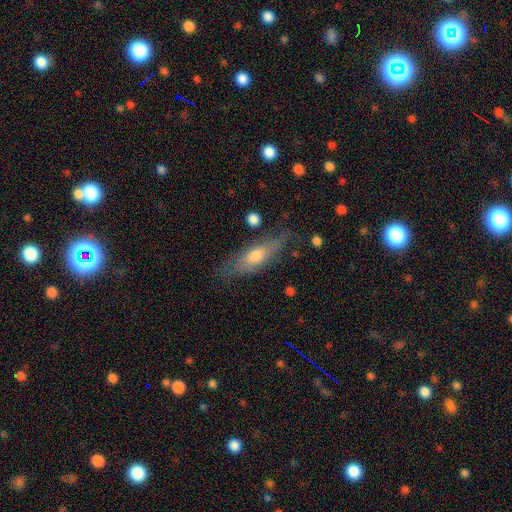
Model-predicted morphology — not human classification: Overall: smooth (57%; featured or disk 36%). How rounded: in between (50%; cigar-shaped 47%). Merging: none (72%).